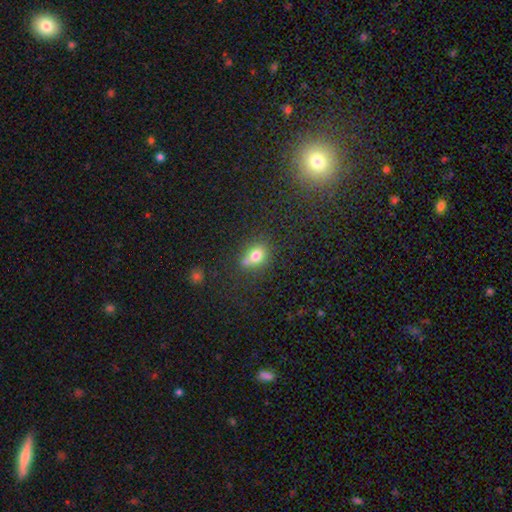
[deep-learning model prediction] Morphology: type=smooth (74%); roundness=in between (50%); merging=none (54%).